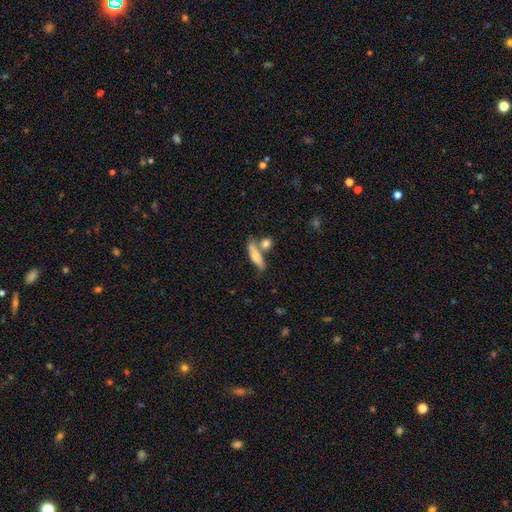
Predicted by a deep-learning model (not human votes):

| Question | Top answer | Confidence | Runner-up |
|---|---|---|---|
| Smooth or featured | smooth | 68% | featured or disk (26%) |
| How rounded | cigar-shaped | 65% | in between (31%) |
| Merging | none | 54% | merger (29%) |